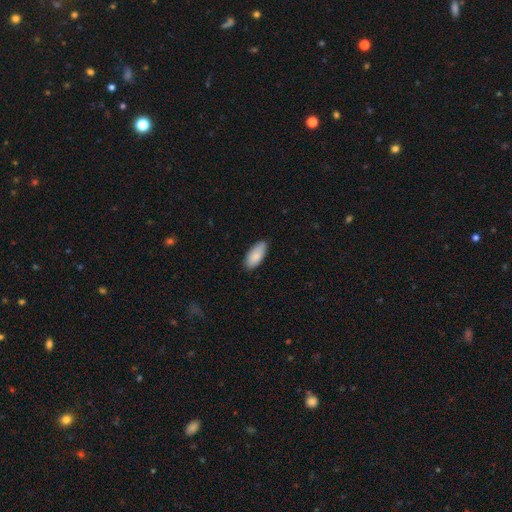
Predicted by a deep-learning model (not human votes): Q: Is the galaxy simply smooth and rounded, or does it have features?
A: smooth — 87%.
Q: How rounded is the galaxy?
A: in between — 87%.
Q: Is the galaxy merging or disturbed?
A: none — 85%.